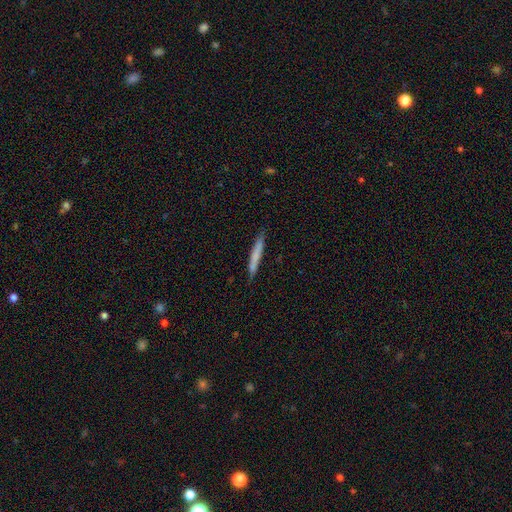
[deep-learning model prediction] A smooth galaxy with no disk features (70%) that is cigar-shaped (96%). Merging: none (85%).